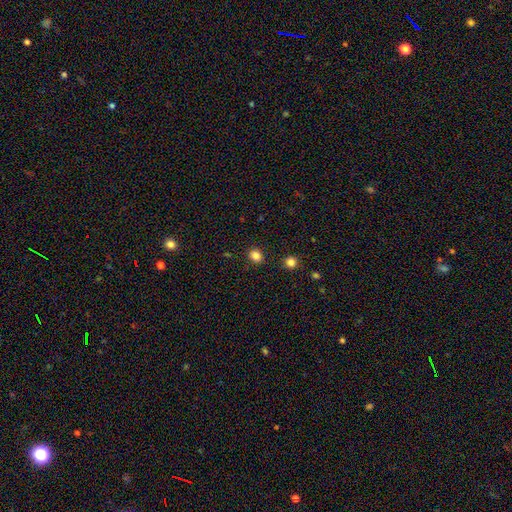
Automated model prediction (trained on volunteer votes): smooth-or-featured: smooth: 84% | star or artifact: 12% | featured or disk: 4%
  how-rounded: round: 62% | in between: 37% | cigar-shaped: 1%
  merging: none: 88% | minor disturbance: 7% | major disturbance: 2% | merger: 2%